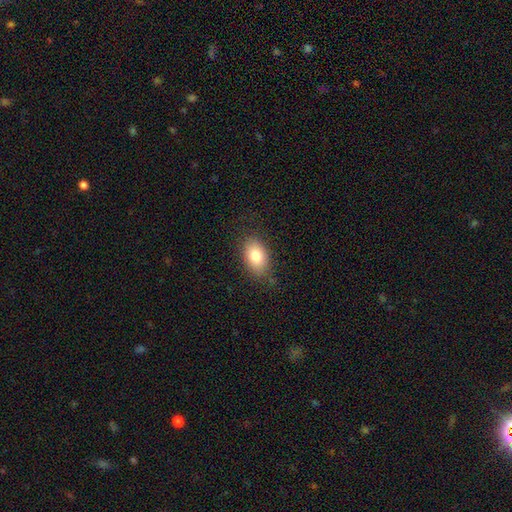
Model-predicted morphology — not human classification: This is likely a smooth galaxy (80%). How rounded: clearly in between (87%). Merging: clearly none (82%).